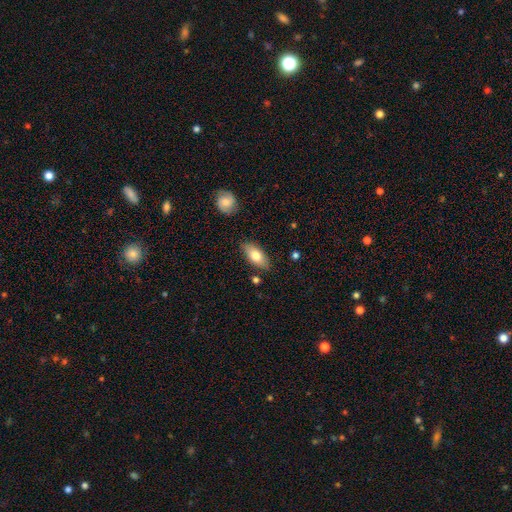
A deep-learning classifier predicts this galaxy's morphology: smooth-or-featured: smooth: 75% | featured or disk: 19% | star or artifact: 6%
  how-rounded: in between: 87% | cigar-shaped: 10% | round: 3%
  merging: none: 83% | minor disturbance: 12% | merger: 3% | major disturbance: 2%